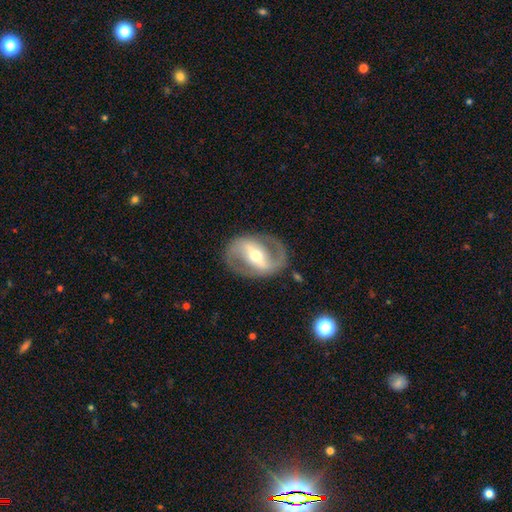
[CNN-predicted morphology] A featured or disk galaxy (85%) with a strong bar (58%), 2 (90%) medium (50%) spiral arms (85%) and a moderate central bulge (62%).

Vote fractions:
- Smooth or featured? featured or disk: 85% / smooth: 10% / star or artifact: 5%
- Edge-on disk? no: 95% / yes: 5%
- Bar? strong: 58% / weak: 29% / no: 14%
- Spiral arms? yes: 85% / no: 15%
- Spiral winding? medium: 50% / loose: 29% / tight: 21%
- Spiral arm count? 2: 90% / can't tell: 4% / 1: 3% / 3: 1% / 4: 1% / more than 4: 1%
- Bulge size? moderate: 62% / small: 29% / large: 6% / dominant: 1% / none: 1%
- Merging? none: 83% / minor disturbance: 10% / major disturbance: 5% / merger: 1%